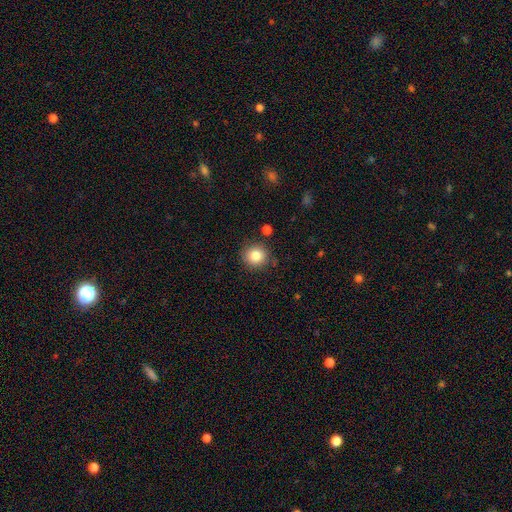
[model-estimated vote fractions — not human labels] smooth_or_featured: smooth (p=0.83) [alt: star or artifact p=0.10]
how_rounded: round (p=0.91) [alt: in between p=0.08]
merging: none (p=0.86) [alt: minor disturbance p=0.08]